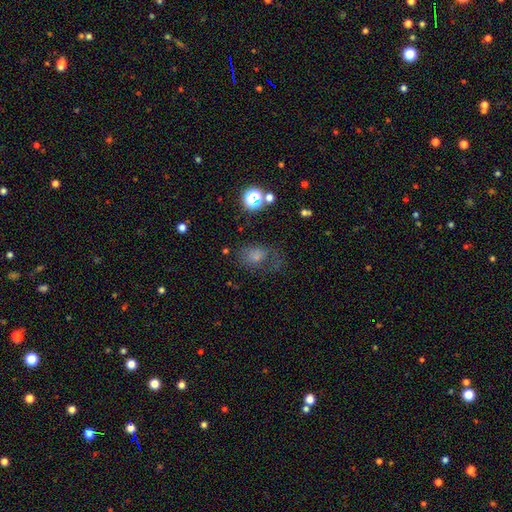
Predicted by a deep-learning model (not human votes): A smooth galaxy with no disk features (64%) that is in between round and cigar-shaped (69%).

Vote fractions:
- Smooth or featured? smooth: 64% / star or artifact: 18% / featured or disk: 18%
- How rounded? in between: 69% / round: 30% / cigar-shaped: 1%
- Merging? none: 41% / major disturbance: 30% / minor disturbance: 25% / merger: 4%